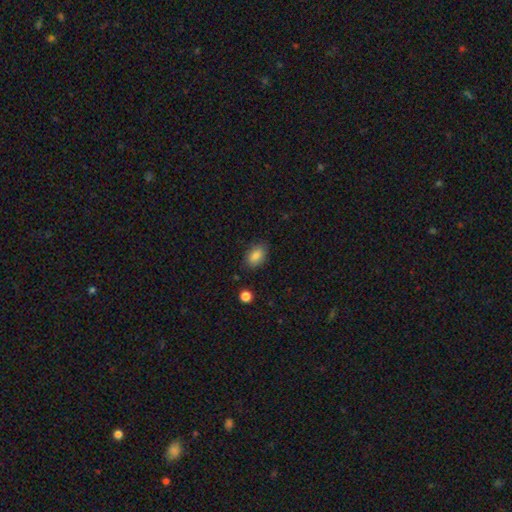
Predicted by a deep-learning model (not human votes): Q: Smooth or featured?
A: smooth (84%); runner-up: star or artifact (8%)
Q: How rounded?
A: in between (85%); runner-up: round (13%)
Q: Merging?
A: none (82%); runner-up: minor disturbance (14%)